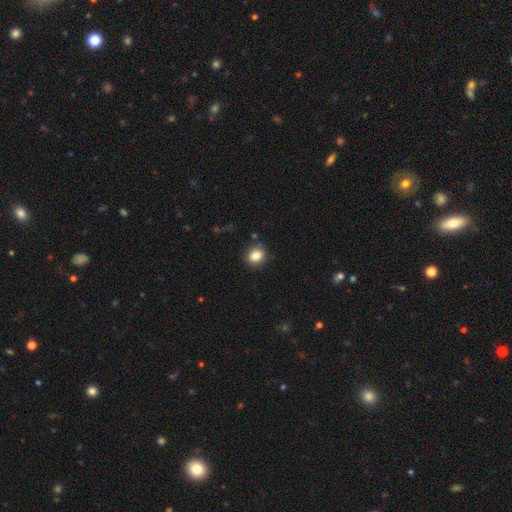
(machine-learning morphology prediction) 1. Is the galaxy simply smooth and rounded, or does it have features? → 85% smooth, 10% star or artifact, 5% featured or disk.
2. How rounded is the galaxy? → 72% round, 27% in between, 1% cigar-shaped.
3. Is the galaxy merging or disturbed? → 84% none, 11% minor disturbance, 3% major disturbance, 2% merger.